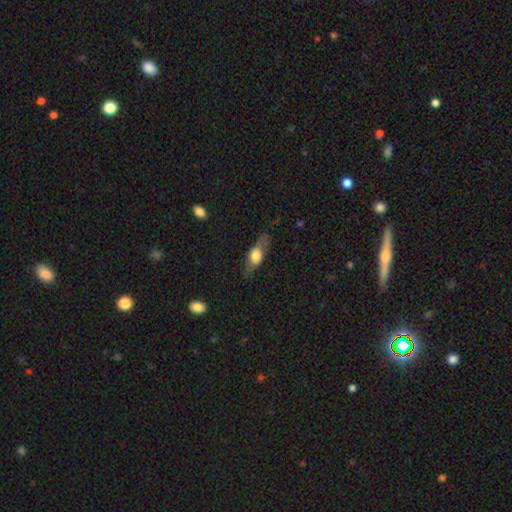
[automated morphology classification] Smooth or featured?
  - smooth: 56% *
  - featured or disk: 37%
  - star or artifact: 7%
How rounded?
  - in between: 59% *
  - cigar-shaped: 33%
  - round: 8%
Merging?
  - none: 68% *
  - minor disturbance: 21%
  - major disturbance: 9%
  - merger: 2%